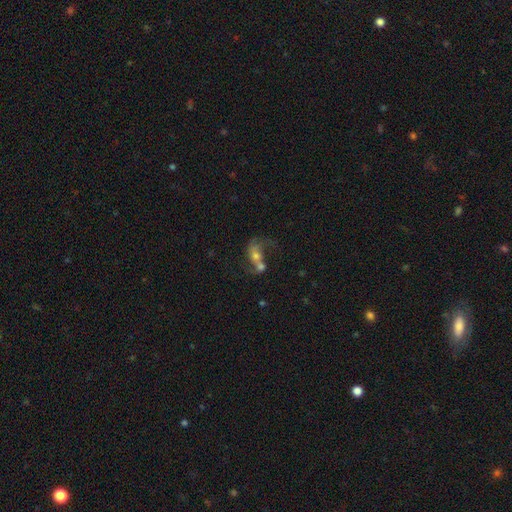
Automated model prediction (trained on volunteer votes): Overall: featured or disk (62%; smooth 26%). Edge-on disk: no (96%). Bar: no (61%; weak 28%). Spiral arms: yes (75%). Bulge size: moderate (46%; small 33%). Merging: merger (55%; none 21%).